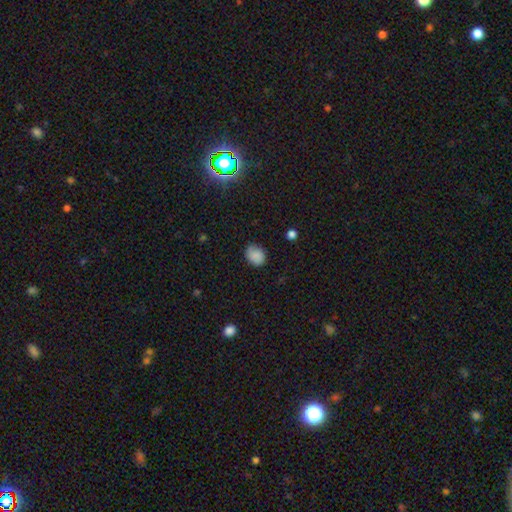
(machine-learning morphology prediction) A smooth galaxy with no disk features (84%) that is round (56%). Merging: none (74%).